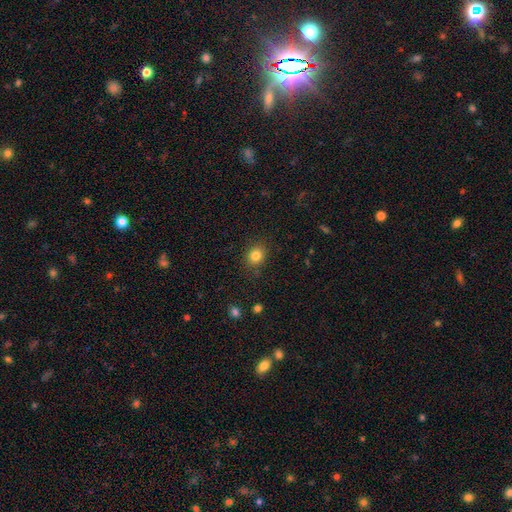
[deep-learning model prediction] smooth_or_featured: smooth (p=0.82) [alt: star or artifact p=0.12]
how_rounded: round (p=0.70) [alt: in between p=0.29]
merging: none (p=0.85) [alt: minor disturbance p=0.11]